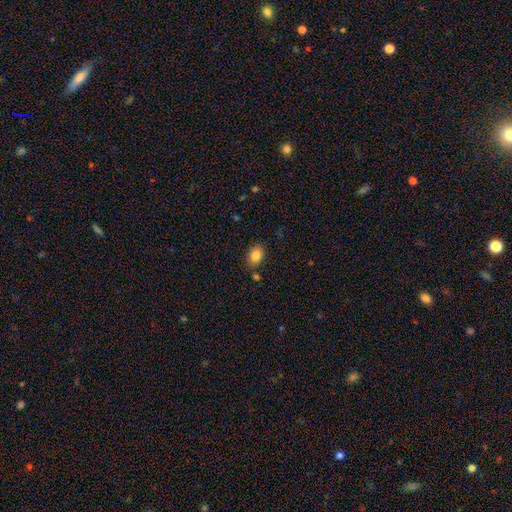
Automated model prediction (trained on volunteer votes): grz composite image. It shows a smooth galaxy with no disk features (85%) that is in between round and cigar-shaped (71%). Merging: none (81%).